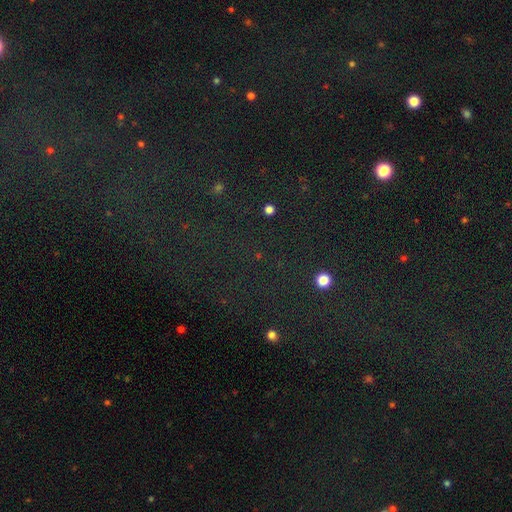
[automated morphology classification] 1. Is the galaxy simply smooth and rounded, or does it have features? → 78% star or artifact, 13% smooth, 9% featured or disk.